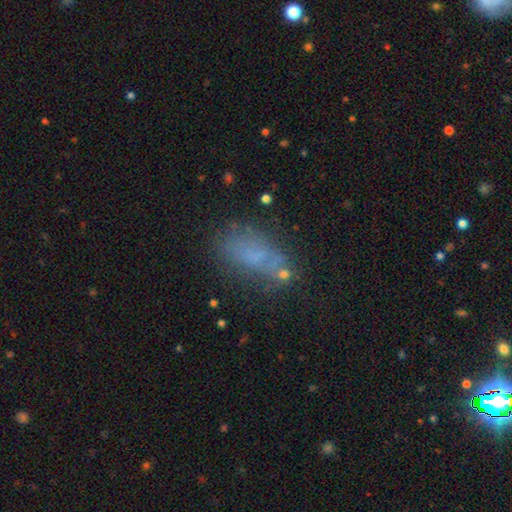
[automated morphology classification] The model was most divided on "merging": none: 52%, minor disturbance: 21%, major disturbance: 15%, merger: 12%. More confident: how rounded — in between (83%); smooth or featured — smooth (59%).